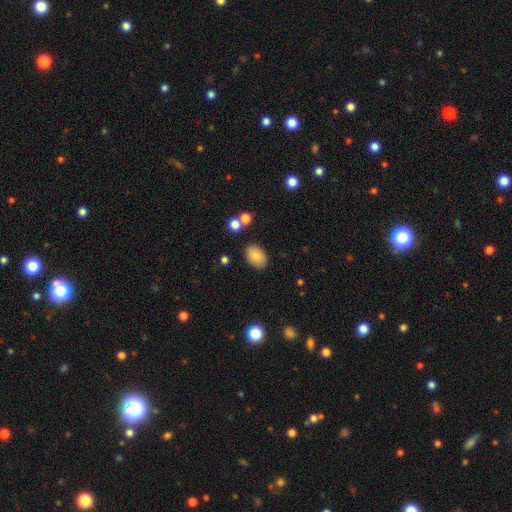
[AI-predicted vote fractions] Morphology: type=smooth (81%); roundness=in between (85%); merging=none (84%).